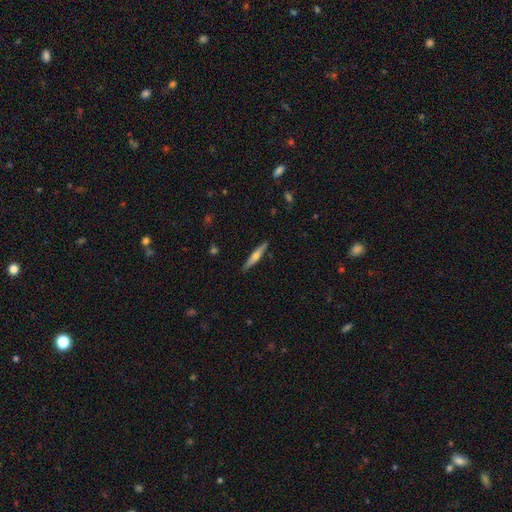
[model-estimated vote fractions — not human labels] smooth_or_featured: featured or disk (p=0.54) [alt: smooth p=0.41]
disk_edge_on: yes (p=0.96) [alt: no p=0.04]
edge_on_bulge: rounded (p=0.82) [alt: none p=0.12]
merging: none (p=0.89) [alt: minor disturbance p=0.08]